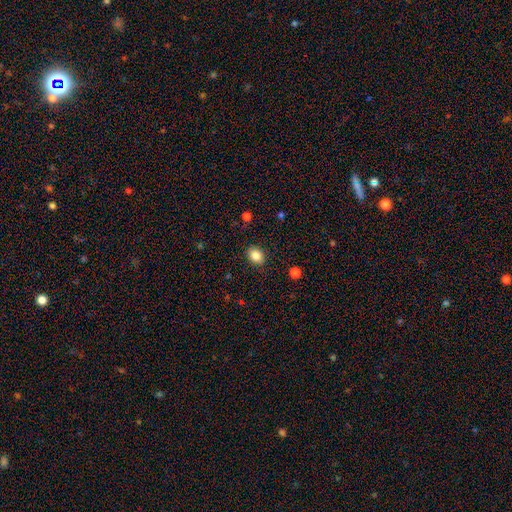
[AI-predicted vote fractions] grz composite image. It shows a smooth galaxy with no disk features (85%) that is in between round and cigar-shaped (54%). Merging: none (88%).